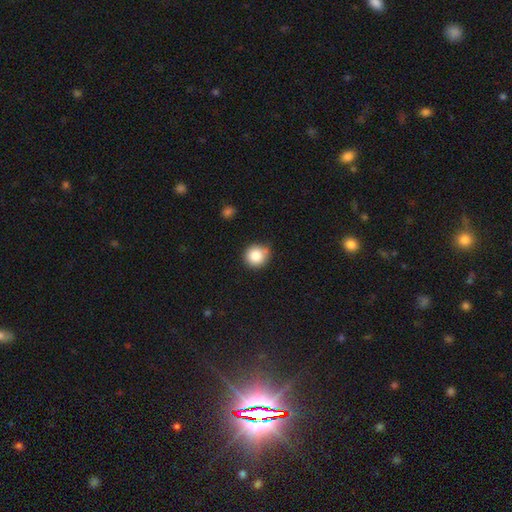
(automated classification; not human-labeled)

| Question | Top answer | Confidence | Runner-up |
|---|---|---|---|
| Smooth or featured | smooth | 84% | star or artifact (10%) |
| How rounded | round | 93% | in between (6%) |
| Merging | none | 76% | minor disturbance (17%) |